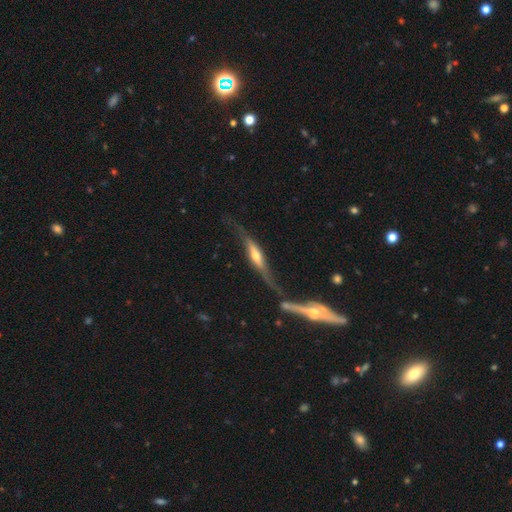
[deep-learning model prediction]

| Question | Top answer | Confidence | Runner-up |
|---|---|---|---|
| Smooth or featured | featured or disk | 74% | smooth (20%) |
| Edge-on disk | yes | 79% | no (21%) |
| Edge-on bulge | rounded | 79% | boxy (12%) |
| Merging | none | 35% | merger (29%) |